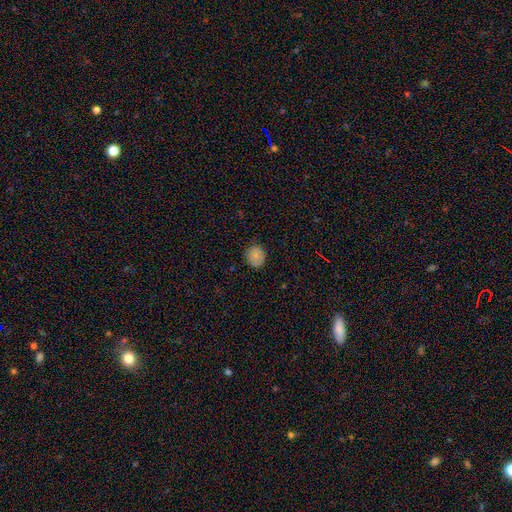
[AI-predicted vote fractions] Morphology: type=smooth (84%); roundness=round (76%); merging=none (84%).